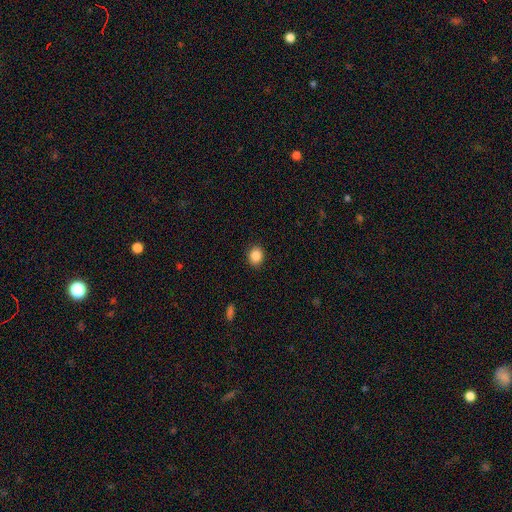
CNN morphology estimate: Smooth or featured? smooth (87%)
How rounded? round (62%)
Merging? none (90%)